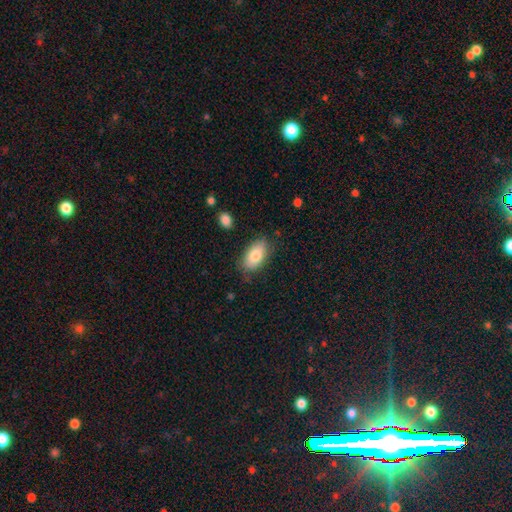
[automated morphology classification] Smooth or featured: smooth — 82% (featured or disk — 12%)
How rounded: in between — 93% (round — 4%)
Merging: none — 80% (minor disturbance — 14%)